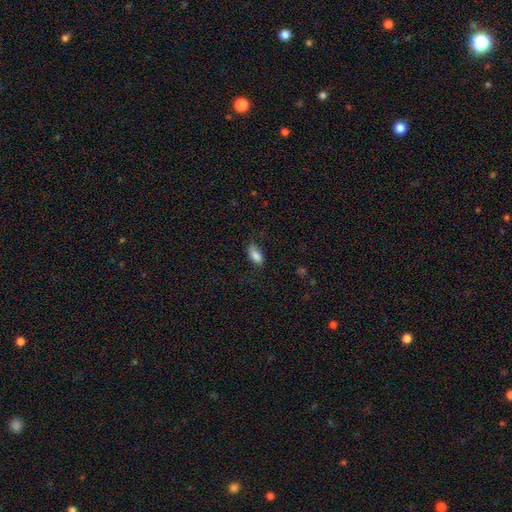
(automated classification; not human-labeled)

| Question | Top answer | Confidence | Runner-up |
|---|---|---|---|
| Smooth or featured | smooth | 84% | featured or disk (8%) |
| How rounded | in between | 90% | cigar-shaped (6%) |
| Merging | none | 67% | minor disturbance (24%) |